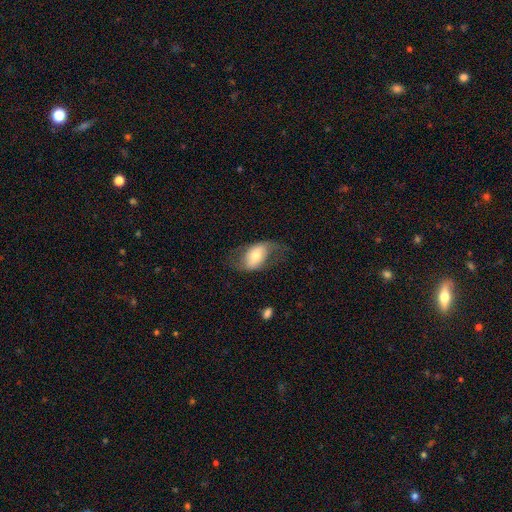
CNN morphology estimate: Smooth or featured? Predicted: featured or disk (p=0.53). Edge-on disk? Predicted: no (p=0.93). Merging? Predicted: none (p=0.59).